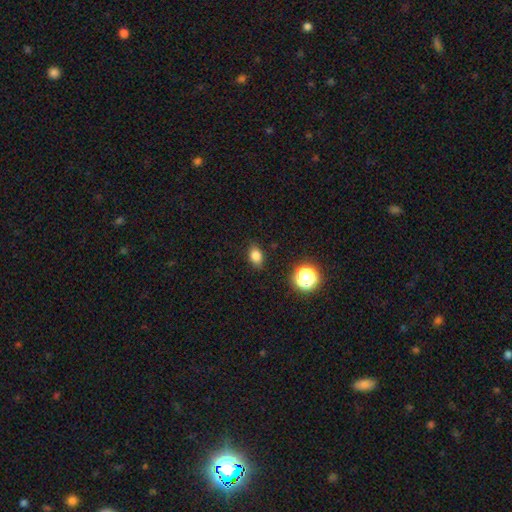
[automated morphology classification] A smooth galaxy with no disk features (81%) that is in between round and cigar-shaped (74%).

Vote fractions:
- Smooth or featured? smooth: 81% / star or artifact: 13% / featured or disk: 6%
- How rounded? in between: 74% / round: 24% / cigar-shaped: 2%
- Merging? none: 84% / minor disturbance: 12% / major disturbance: 3% / merger: 1%